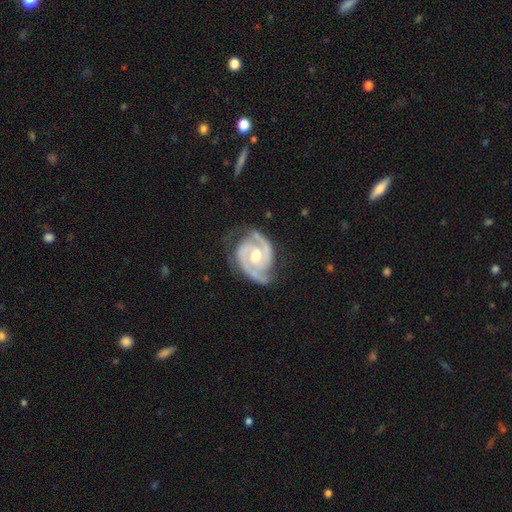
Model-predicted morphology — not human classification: The model was most divided on "spiral winding": tight: 55%, medium: 39%, loose: 6%. More confident: spiral arms — yes (98%); edge-on disk — no (98%); smooth or featured — featured or disk (92%); spiral arm count — 2 (89%); bulge size — moderate (76%); merging — none (72%); bar — no (52%).